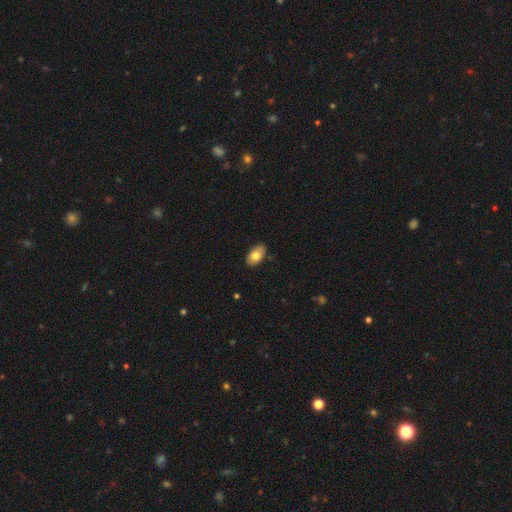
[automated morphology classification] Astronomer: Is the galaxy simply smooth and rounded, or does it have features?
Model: smooth — 75%.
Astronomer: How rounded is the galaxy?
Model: in between — 93%.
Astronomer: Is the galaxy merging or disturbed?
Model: none — 86%.